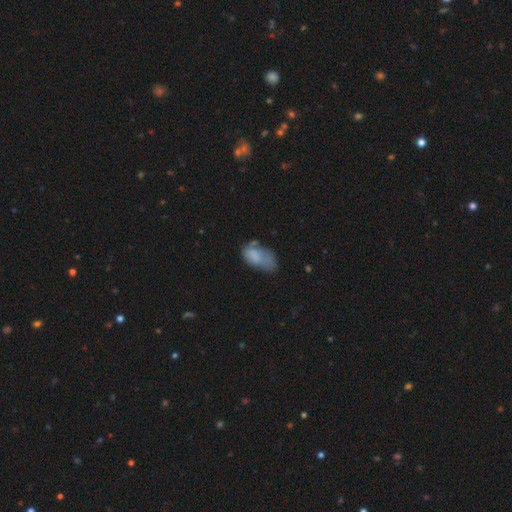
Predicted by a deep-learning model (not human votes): smooth_or_featured: smooth (p=0.72) [alt: featured or disk p=0.19]
how_rounded: in between (p=0.92) [alt: round p=0.04]
merging: minor disturbance (p=0.36) [alt: none p=0.30]